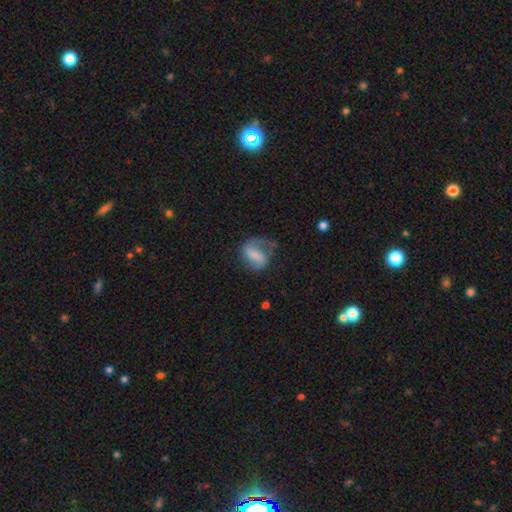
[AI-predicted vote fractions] A featured or disk galaxy (58%) with a weak bar (42%), spiral arms (85%) and no central bulge (32%).

Vote fractions:
- Smooth or featured? featured or disk: 58% / smooth: 34% / star or artifact: 8%
- Edge-on disk? no: 97% / yes: 3%
- Bar? weak: 42% / strong: 31% / no: 27%
- Spiral arms? yes: 85% / no: 15%
- Bulge size? none: 32% / small: 29% / moderate: 25% / large: 11% / dominant: 3%
- Merging? none: 41% / major disturbance: 31% / minor disturbance: 25% / merger: 3%